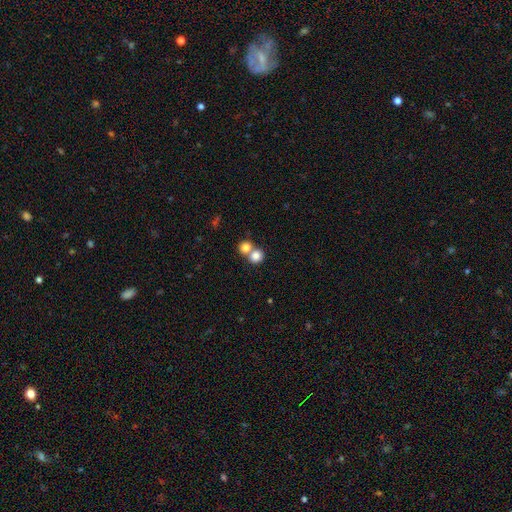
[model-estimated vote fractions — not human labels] The model was most divided on "merging": merger: 52%, none: 40%, minor disturbance: 5%, major disturbance: 2%. More confident: how rounded — round (86%); smooth or featured — smooth (81%).